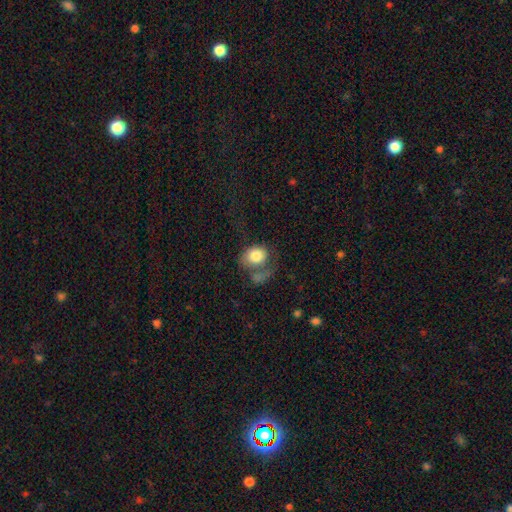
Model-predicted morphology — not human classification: This appears to be a smooth galaxy with no disk features (76%) that is in between round and cigar-shaped (51%). Merging: major disturbance (30%).